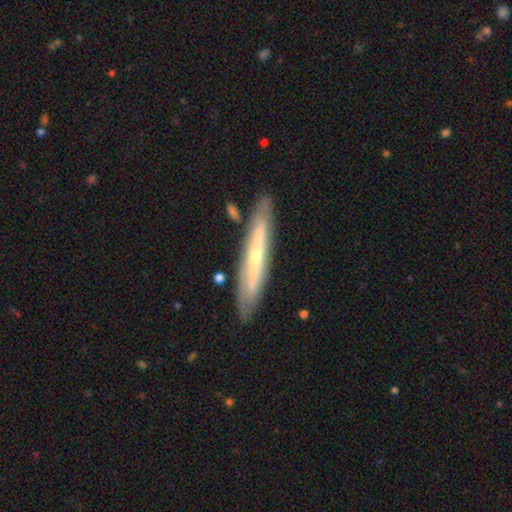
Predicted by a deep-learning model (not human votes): This appears to be a featured or disk galaxy (67%) viewed edge-on (74%). Merging: none (81%).